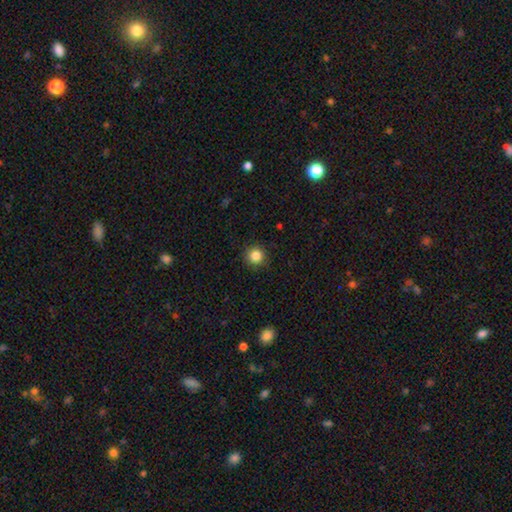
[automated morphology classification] This is clearly a smooth galaxy (85%). How rounded: clearly round (94%). Merging: clearly none (91%).